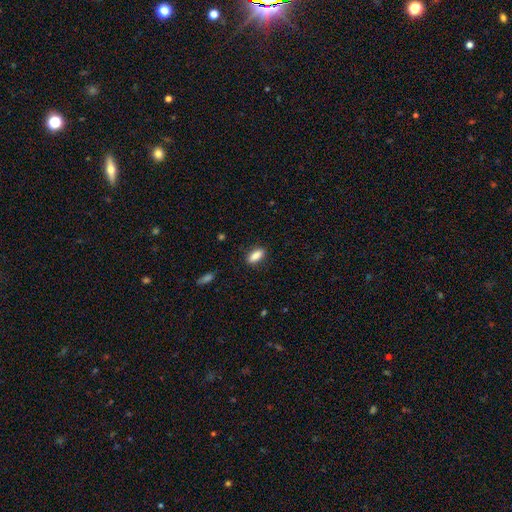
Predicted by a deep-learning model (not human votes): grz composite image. It shows a smooth galaxy with no disk features (87%) that is in between round and cigar-shaped (82%). Merging: none (86%).